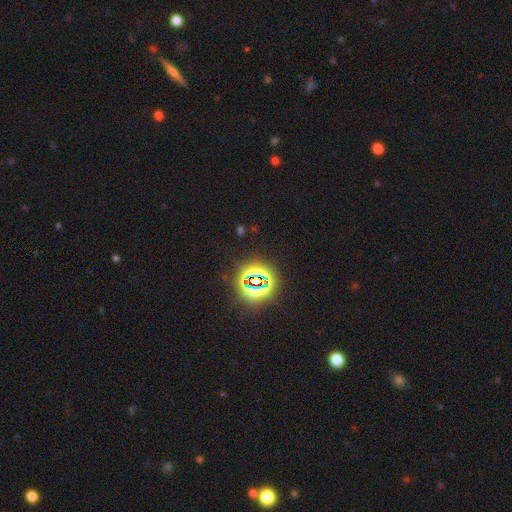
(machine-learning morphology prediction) The model was most divided on "smooth or featured": star or artifact: 82%, smooth: 12%, featured or disk: 6%.